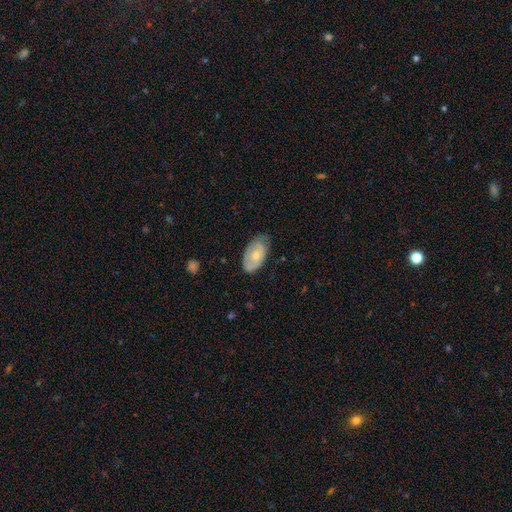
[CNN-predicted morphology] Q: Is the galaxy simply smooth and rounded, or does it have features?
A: smooth — 56%.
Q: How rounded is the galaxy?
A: in between — 94%.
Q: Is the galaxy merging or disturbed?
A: none — 63%.